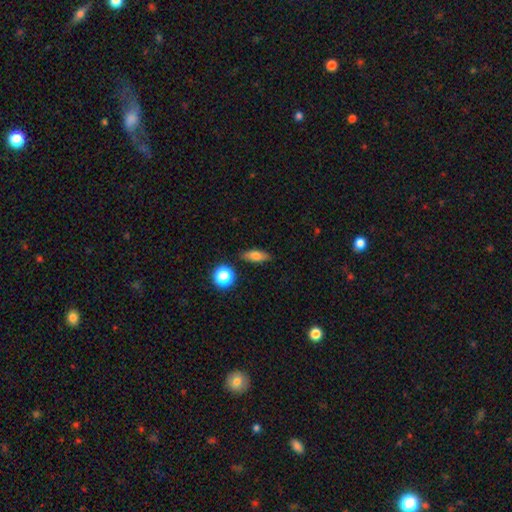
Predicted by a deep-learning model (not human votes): Overall: smooth (74%). How rounded: in between (64%; cigar-shaped 27%). Merging: none (84%).